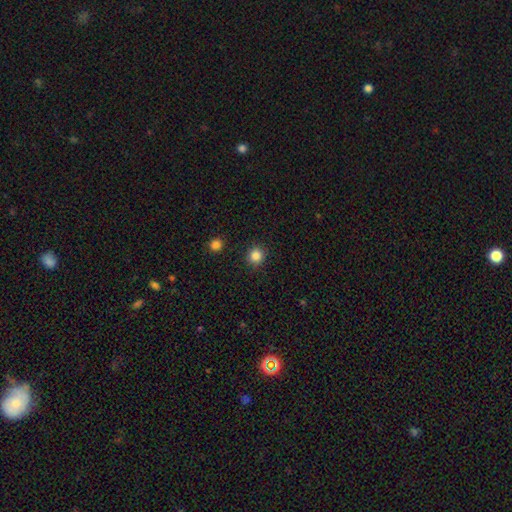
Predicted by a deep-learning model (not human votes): Overall: smooth (85%). How rounded: round (92%). Merging: none (91%).